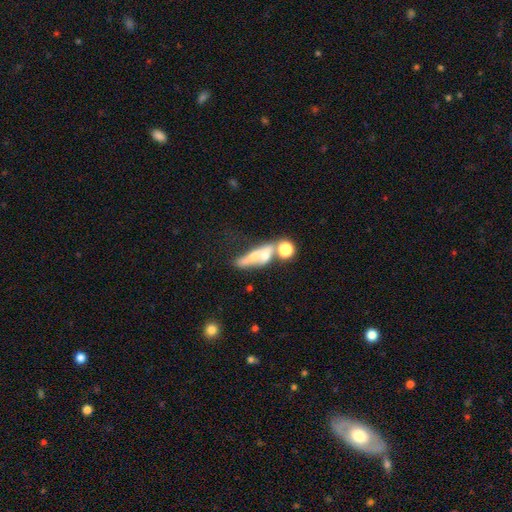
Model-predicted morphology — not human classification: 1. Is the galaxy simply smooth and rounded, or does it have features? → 48% featured or disk, 39% smooth, 13% star or artifact.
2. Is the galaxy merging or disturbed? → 44% merger, 25% none, 17% major disturbance, 14% minor disturbance.